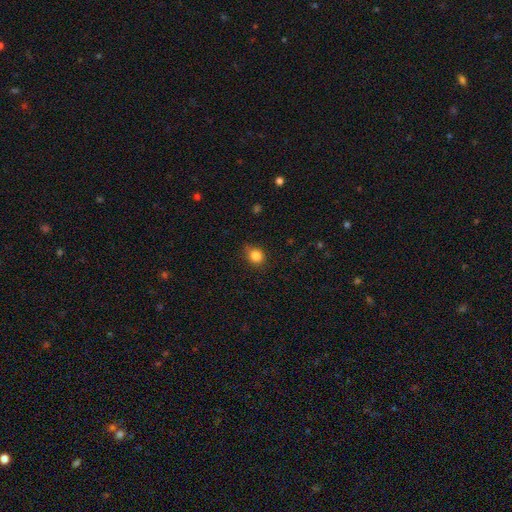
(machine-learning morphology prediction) Smooth or featured?
  - smooth: 84% *
  - star or artifact: 11%
  - featured or disk: 5%
How rounded?
  - round: 74% *
  - in between: 25%
  - cigar-shaped: 1%
Merging?
  - none: 75% *
  - minor disturbance: 20%
  - major disturbance: 4%
  - merger: 1%